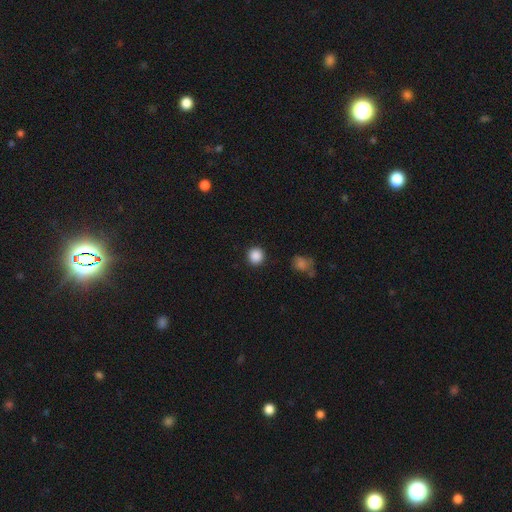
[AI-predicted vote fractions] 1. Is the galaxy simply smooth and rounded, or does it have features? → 88% smooth, 10% star or artifact, 3% featured or disk.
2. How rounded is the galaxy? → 94% round, 5% in between, 1% cigar-shaped.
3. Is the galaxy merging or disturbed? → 92% none, 5% minor disturbance, 2% major disturbance, 1% merger.